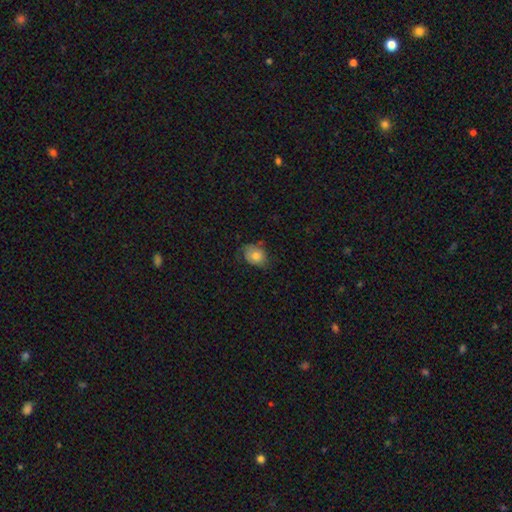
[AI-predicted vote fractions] Smooth or featured: smooth — 76% (featured or disk — 16%)
How rounded: in between — 55% (round — 44%)
Merging: none — 58% (minor disturbance — 32%)